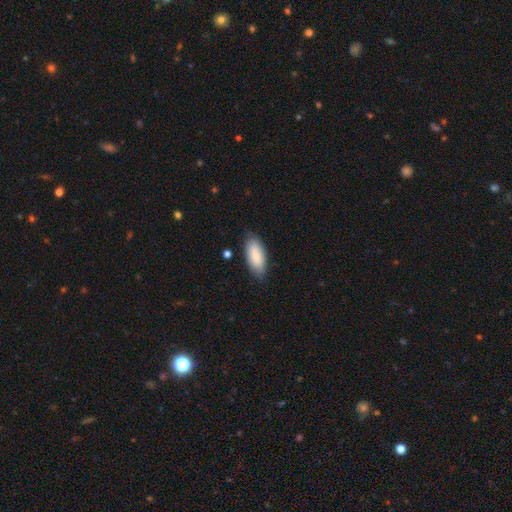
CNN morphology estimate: Smooth or featured? smooth (87%)
How rounded? in between (85%)
Merging? none (82%)